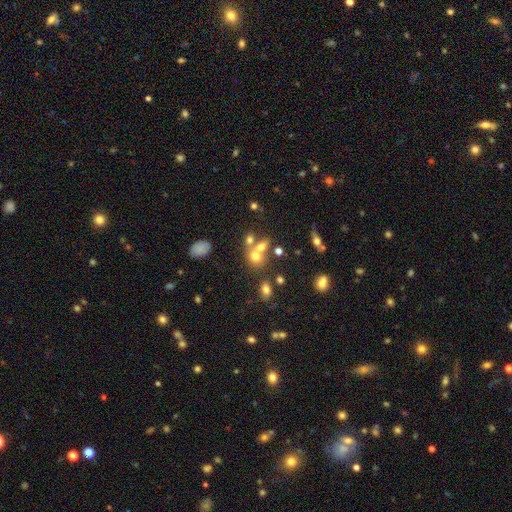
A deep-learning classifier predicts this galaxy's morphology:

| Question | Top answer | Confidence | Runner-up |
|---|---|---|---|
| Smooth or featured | smooth | 63% | featured or disk (20%) |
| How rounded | round | 61% | in between (38%) |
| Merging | merger | 52% | none (34%) |